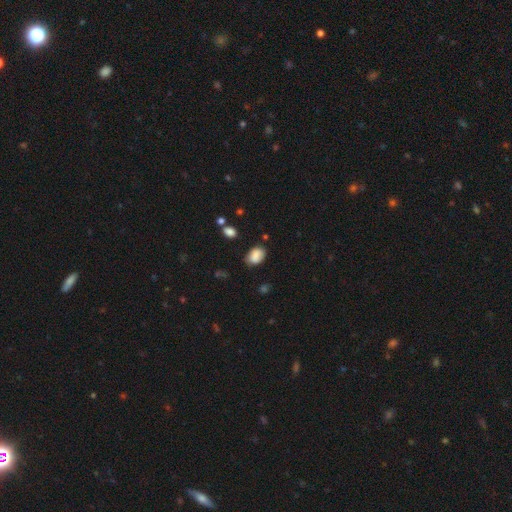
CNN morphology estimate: A smooth galaxy with no disk features (82%) that is in between round and cigar-shaped (80%). Merging: none (69%).